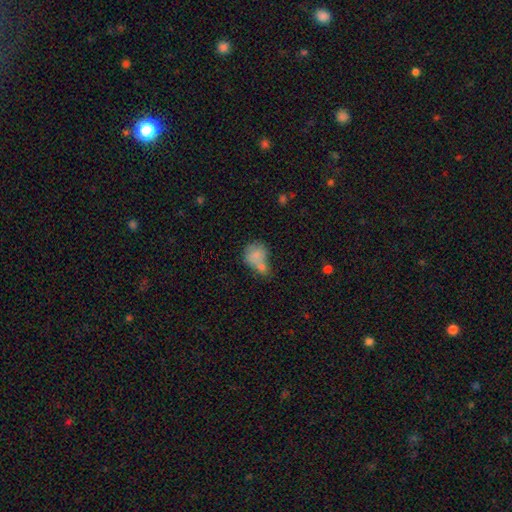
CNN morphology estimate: A smooth galaxy with no disk features (76%) that is round (56%).

Vote fractions:
- Smooth or featured? smooth: 76% / featured or disk: 15% / star or artifact: 9%
- How rounded? round: 56% / in between: 42% / cigar-shaped: 1%
- Merging? merger: 51% / none: 25% / minor disturbance: 14% / major disturbance: 9%